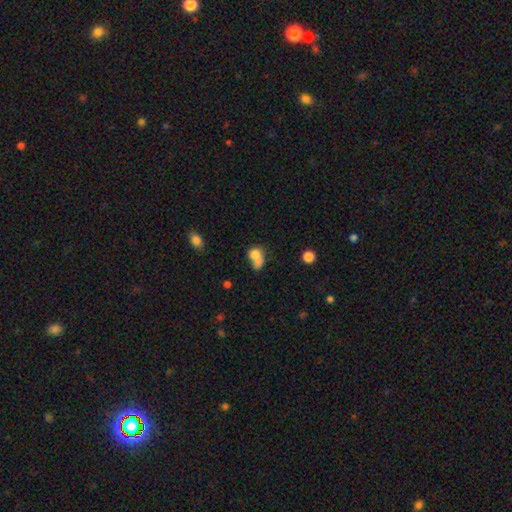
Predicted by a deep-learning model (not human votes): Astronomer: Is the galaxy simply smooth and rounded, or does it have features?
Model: smooth — 73%.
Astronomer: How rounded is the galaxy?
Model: in between — 56% (runner-up: round, 42%).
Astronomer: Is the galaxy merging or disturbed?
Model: merger — 48%.